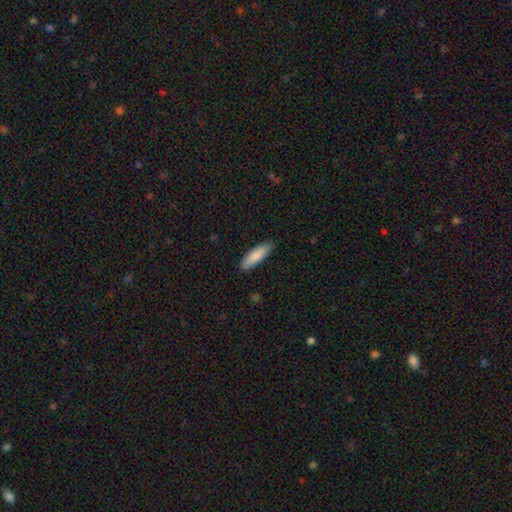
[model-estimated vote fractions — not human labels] Smooth or featured: smooth — 86% (featured or disk — 8%)
How rounded: cigar-shaped — 61% (in between — 38%)
Merging: none — 87% (minor disturbance — 10%)